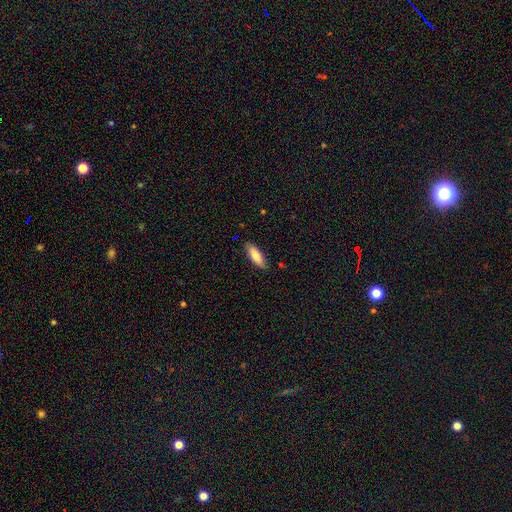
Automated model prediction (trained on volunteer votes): The model was most divided on "how rounded": in between: 52%, cigar-shaped: 47%, round: 2%. More confident: merging — none (85%); smooth or featured — smooth (82%).